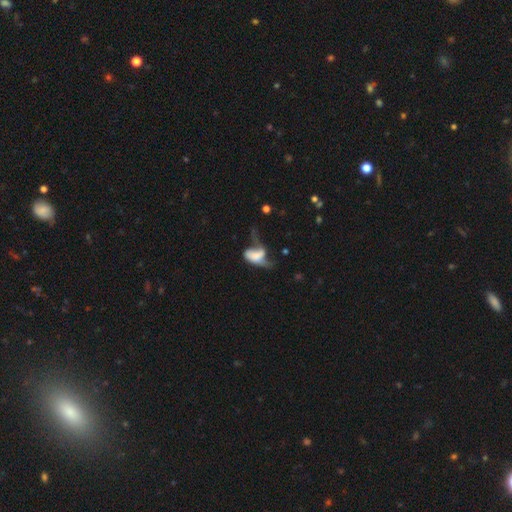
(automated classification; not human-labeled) Morphology: type=smooth (53%); roundness=in between (87%); merging=major disturbance (50%).